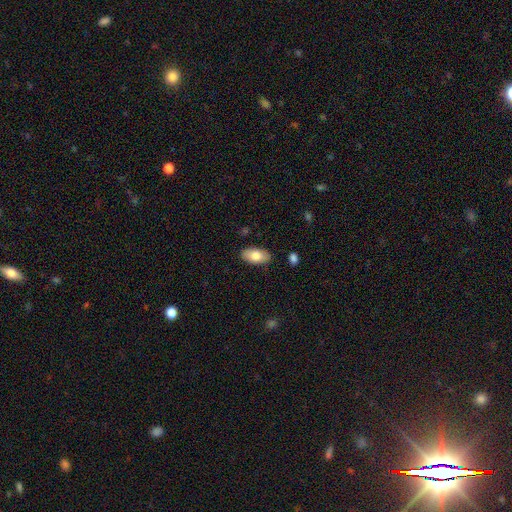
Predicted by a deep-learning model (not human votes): smooth 78%, featured or disk 16%, star or artifact 6%. Down the decision tree: how rounded — in between (94%); merging — none (87%).